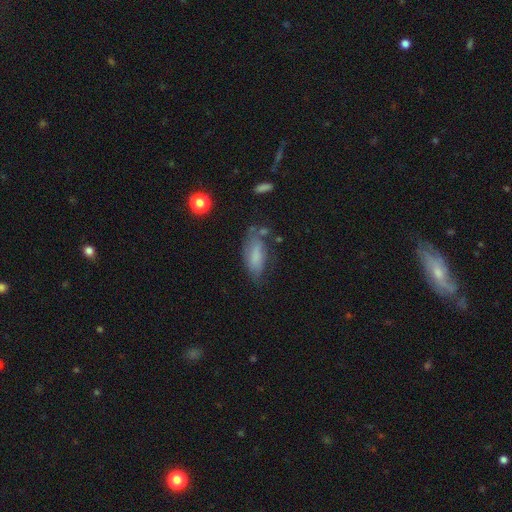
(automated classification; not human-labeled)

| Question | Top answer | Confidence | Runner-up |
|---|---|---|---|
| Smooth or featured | smooth | 68% | featured or disk (24%) |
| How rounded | in between | 79% | cigar-shaped (19%) |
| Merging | none | 54% | minor disturbance (29%) |